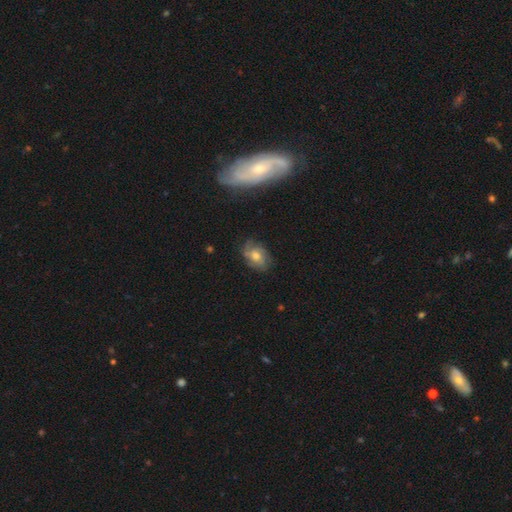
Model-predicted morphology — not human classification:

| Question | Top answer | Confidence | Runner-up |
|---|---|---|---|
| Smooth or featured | featured or disk | 53% | smooth (36%) |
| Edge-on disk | no | 94% | yes (6%) |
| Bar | no | 71% | weak (24%) |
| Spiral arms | yes | 78% | no (22%) |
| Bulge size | moderate | 62% | small (18%) |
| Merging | none | 68% | minor disturbance (22%) |